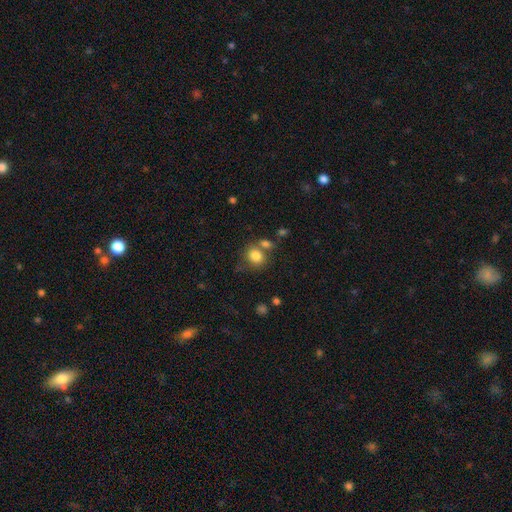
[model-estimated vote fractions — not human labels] A smooth galaxy with no disk features (81%) that is round (70%). Merging: none (57%).